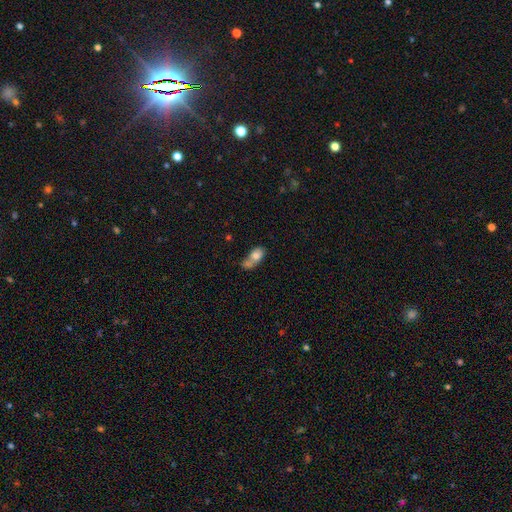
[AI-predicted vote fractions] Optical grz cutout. It shows a smooth galaxy with no disk features (72%) that is in between round and cigar-shaped (77%). Merging: merger (58%).